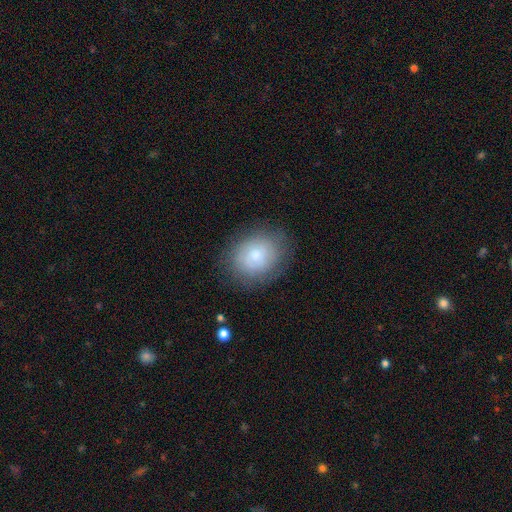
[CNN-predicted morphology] This appears to be a smooth galaxy with no disk features (72%) that is round (52%). Merging: none (78%).